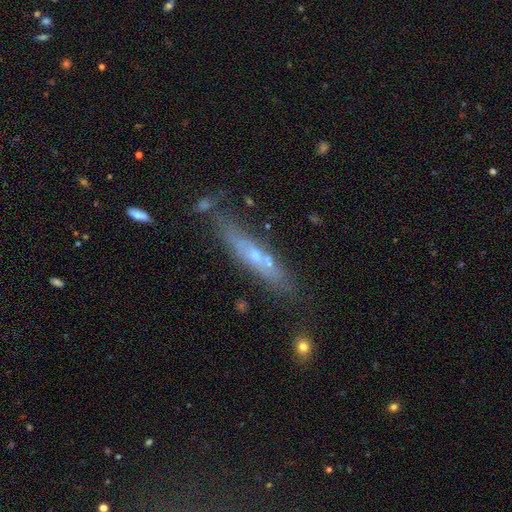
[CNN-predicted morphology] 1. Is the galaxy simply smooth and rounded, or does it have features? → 59% featured or disk, 33% smooth, 9% star or artifact.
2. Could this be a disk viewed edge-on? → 70% yes, 30% no.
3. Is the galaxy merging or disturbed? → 66% none, 19% minor disturbance, 8% merger, 6% major disturbance.